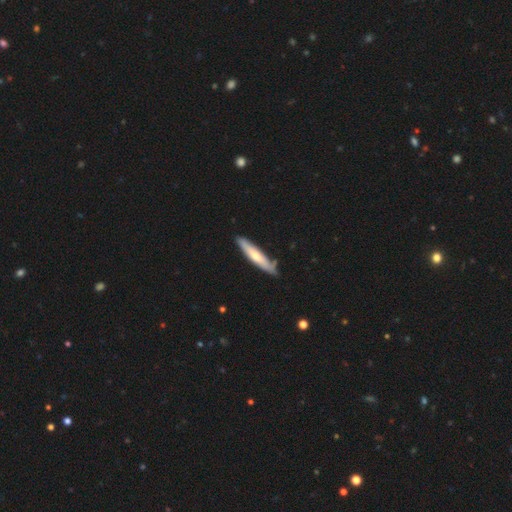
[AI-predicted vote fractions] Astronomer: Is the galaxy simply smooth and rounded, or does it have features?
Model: smooth — 56% (runner-up: featured or disk, 39%).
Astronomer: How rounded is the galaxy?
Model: cigar-shaped — 87%.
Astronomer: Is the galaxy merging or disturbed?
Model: none — 77%.